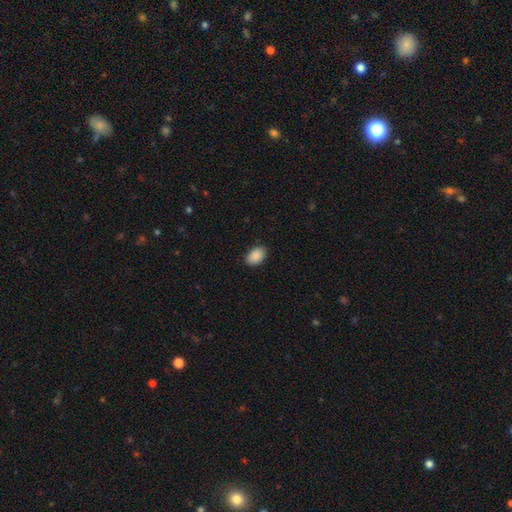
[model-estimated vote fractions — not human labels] This is clearly a smooth galaxy (90%). How rounded: clearly in between (87%). Merging: clearly none (88%).